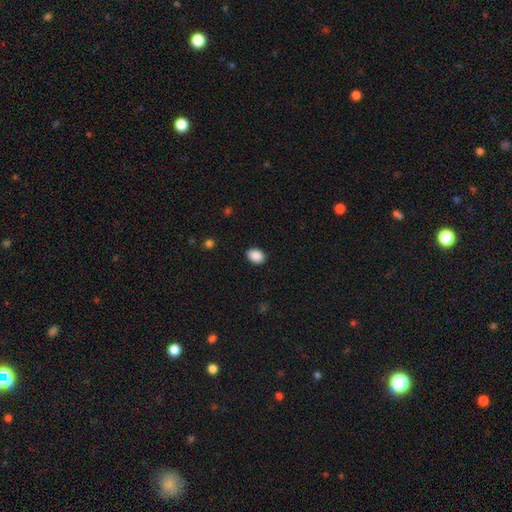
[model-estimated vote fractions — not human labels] A smooth galaxy with no disk features (89%) that is in between round and cigar-shaped (75%). Merging: none (87%).